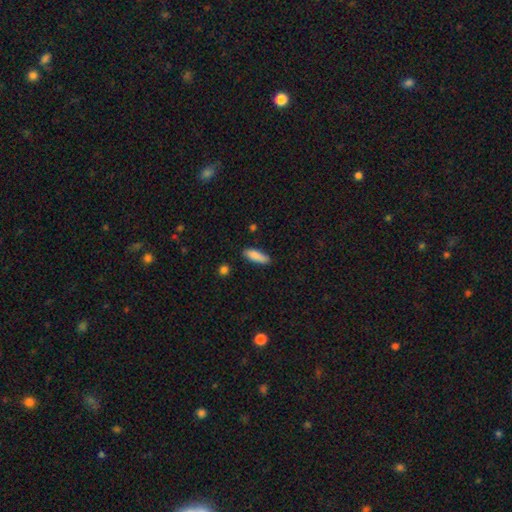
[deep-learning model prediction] A smooth galaxy with no disk features (87%) that is in between round and cigar-shaped (51%). Merging: none (80%).